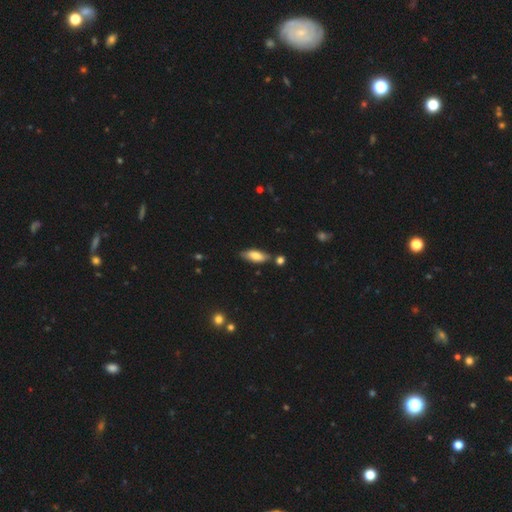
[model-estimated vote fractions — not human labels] Smooth or featured? smooth (74%)
How rounded? in between (72%)
Merging? none (75%)